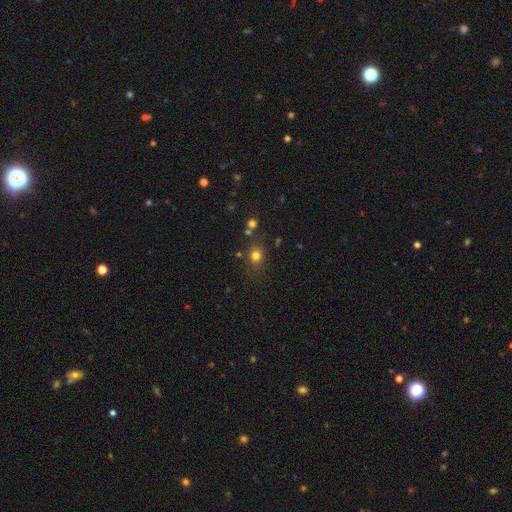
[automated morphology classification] Q: Smooth or featured?
A: smooth (75%); runner-up: star or artifact (17%)
Q: How rounded?
A: round (68%); runner-up: in between (31%)
Q: Merging?
A: none (76%); runner-up: minor disturbance (12%)